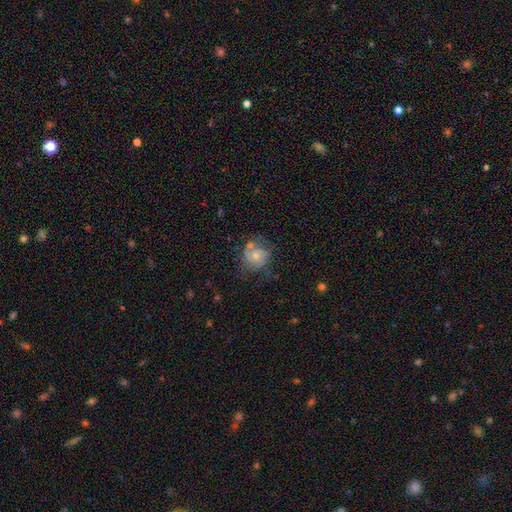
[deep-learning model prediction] Morphology: type=featured or disk (53%); edge-on=no (97%); bar=no (78%); spiral arms=yes (76%); bulge=moderate (48%); merging=none (54%).